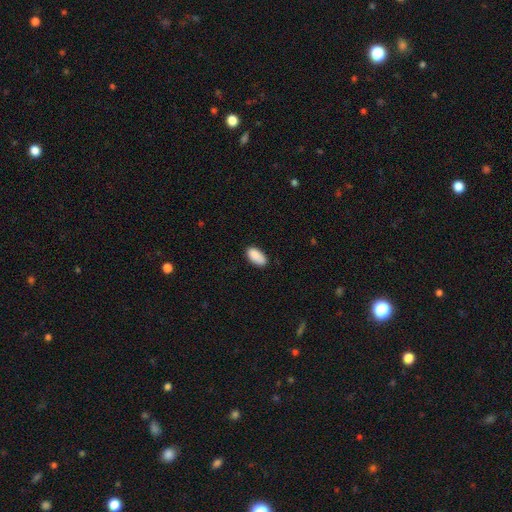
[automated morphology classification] smooth 89%, star or artifact 7%, featured or disk 4%. Down the decision tree: how rounded — in between (94%); merging — none (80%).